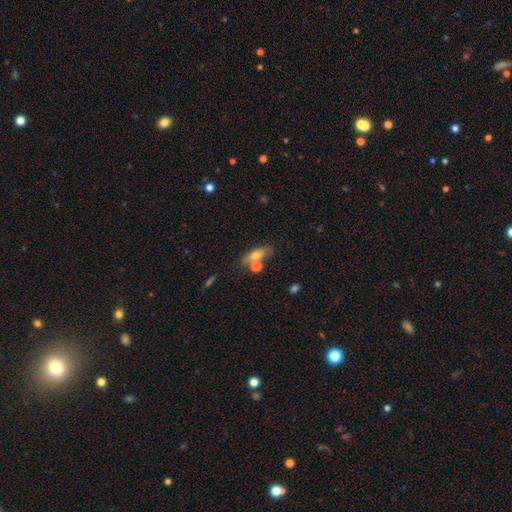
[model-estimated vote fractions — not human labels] A smooth galaxy with no disk features (67%) that is in between round and cigar-shaped (63%).

Vote fractions:
- Smooth or featured? smooth: 67% / featured or disk: 24% / star or artifact: 9%
- How rounded? in between: 63% / cigar-shaped: 30% / round: 8%
- Merging? none: 55% / merger: 23% / minor disturbance: 16% / major disturbance: 6%